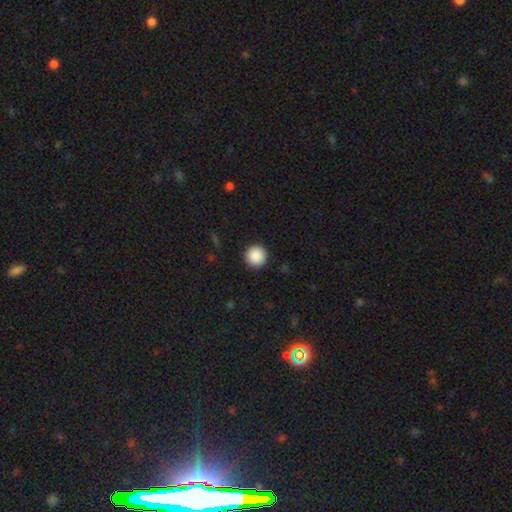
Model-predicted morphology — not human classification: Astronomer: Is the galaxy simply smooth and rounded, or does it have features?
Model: smooth — 89%.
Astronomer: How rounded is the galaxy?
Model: round — 96%.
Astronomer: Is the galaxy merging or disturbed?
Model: none — 93%.